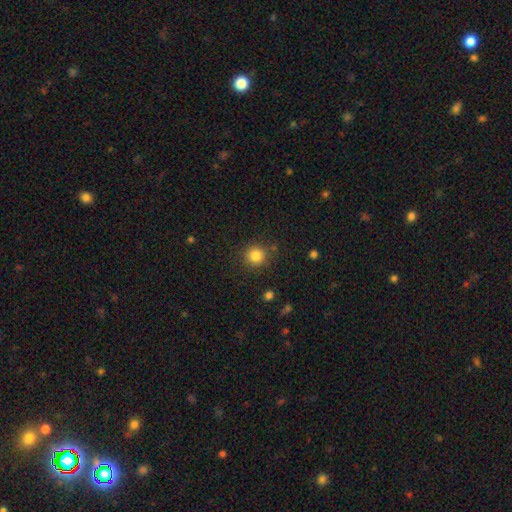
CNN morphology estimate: Smooth or featured? Predicted: smooth (p=0.83). How rounded? Predicted: round (p=0.93). Merging? Predicted: none (p=0.87).